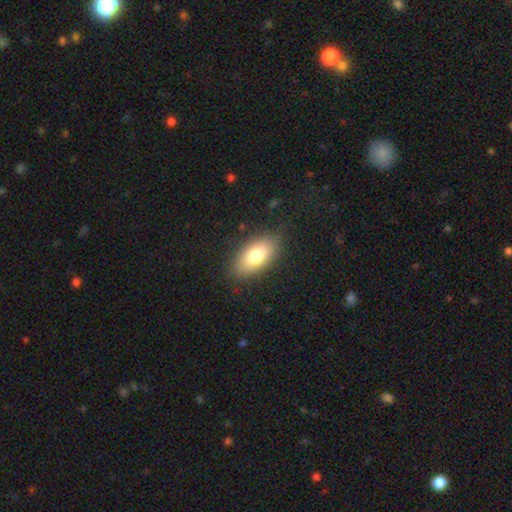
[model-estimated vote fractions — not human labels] Morphology: type=smooth (78%); roundness=in between (90%); merging=none (83%).